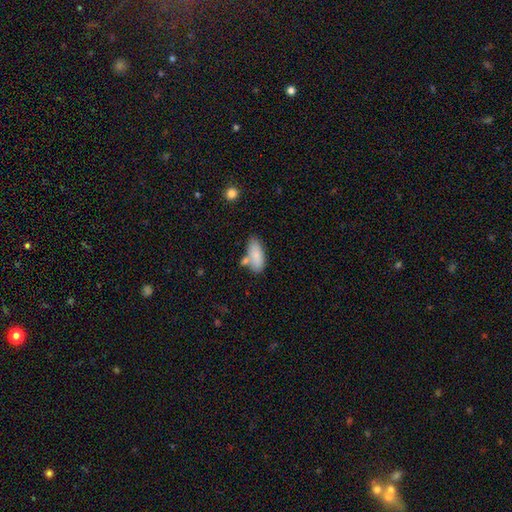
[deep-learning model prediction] smooth 84%, featured or disk 10%, star or artifact 7%. Down the decision tree: how rounded — in between (83%); merging — none (59%).